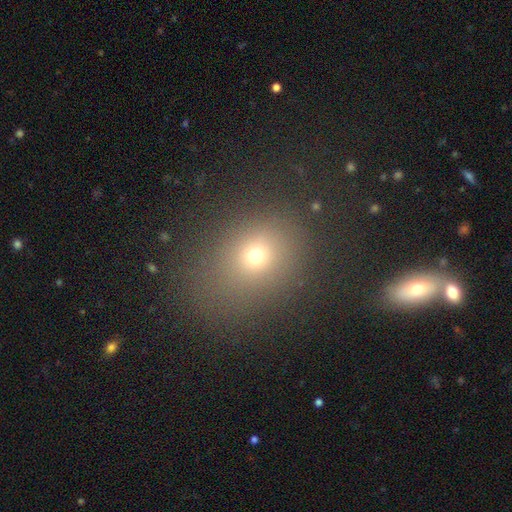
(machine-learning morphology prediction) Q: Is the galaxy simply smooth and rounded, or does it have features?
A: smooth — 67%.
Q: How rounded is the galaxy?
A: round — 55%.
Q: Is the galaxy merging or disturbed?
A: none — 75%.